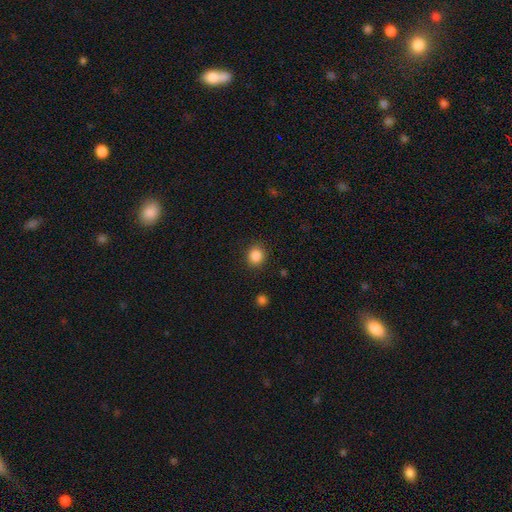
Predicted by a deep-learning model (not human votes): Smooth or featured? smooth (86%)
How rounded? round (81%)
Merging? none (90%)